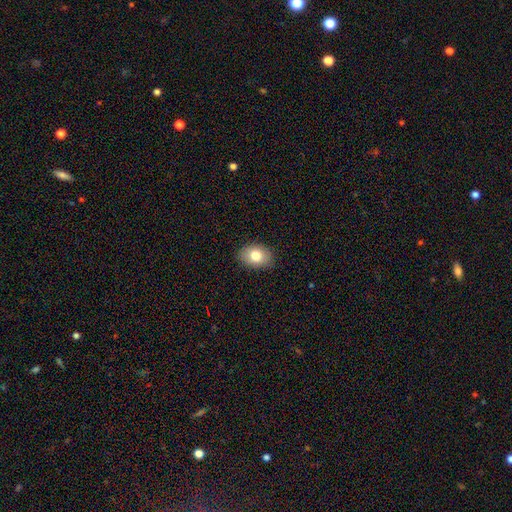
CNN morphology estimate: Q: Smooth or featured?
A: smooth (79%); runner-up: featured or disk (12%)
Q: How rounded?
A: in between (75%); runner-up: round (24%)
Q: Merging?
A: none (88%); runner-up: minor disturbance (9%)